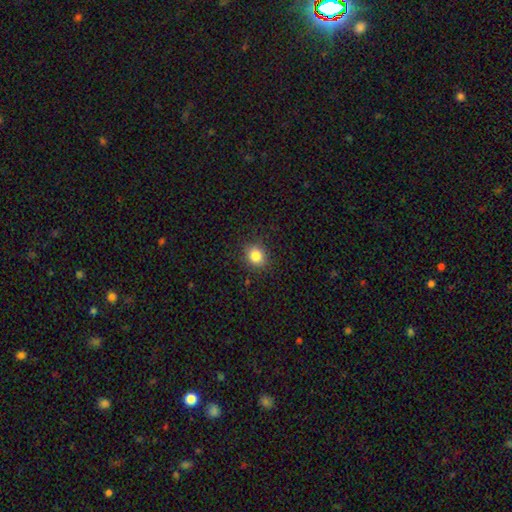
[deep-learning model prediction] Smooth or featured? Predicted: smooth (p=0.84). How rounded? Predicted: round (p=0.69). Merging? Predicted: none (p=0.87).